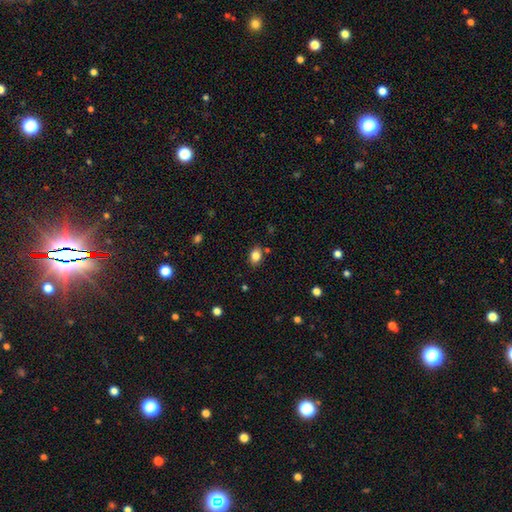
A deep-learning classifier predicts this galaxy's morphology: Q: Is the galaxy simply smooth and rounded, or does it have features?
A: smooth — 84%.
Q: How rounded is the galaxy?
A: in between — 69%.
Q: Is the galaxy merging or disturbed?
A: none — 82%.